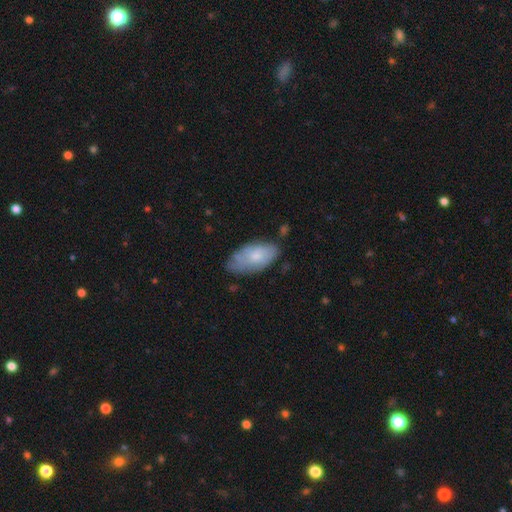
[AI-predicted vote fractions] This is likely a smooth galaxy (68%). How rounded: clearly in between (94%). Merging: possibly none (57%).